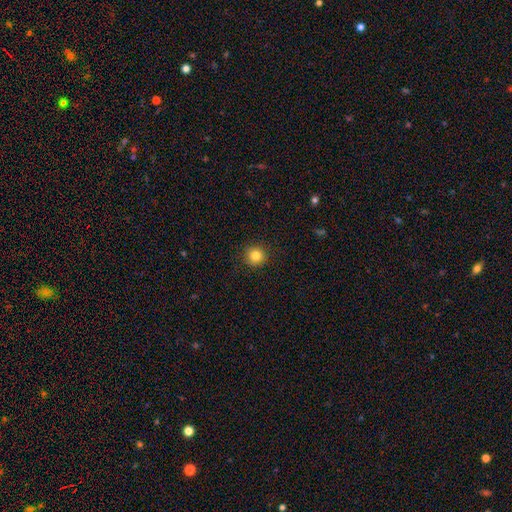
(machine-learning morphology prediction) Smooth or featured? Predicted: smooth (p=0.83). How rounded? Predicted: round (p=0.92). Merging? Predicted: none (p=0.90).